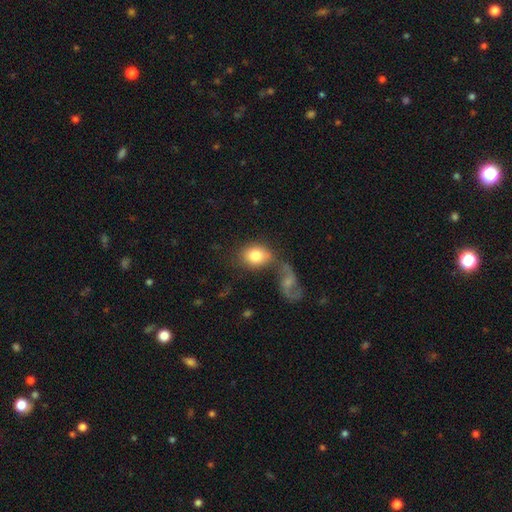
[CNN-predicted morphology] type=smooth (79%); roundness=in between (62%); merging=none (44%).